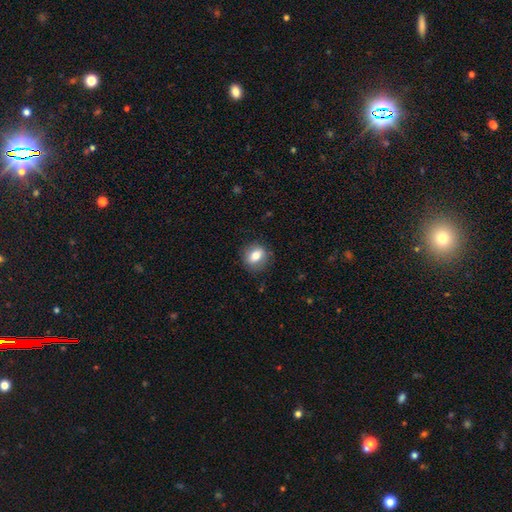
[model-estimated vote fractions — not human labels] Morphology: type=smooth (74%); roundness=round (58%); merging=none (83%).